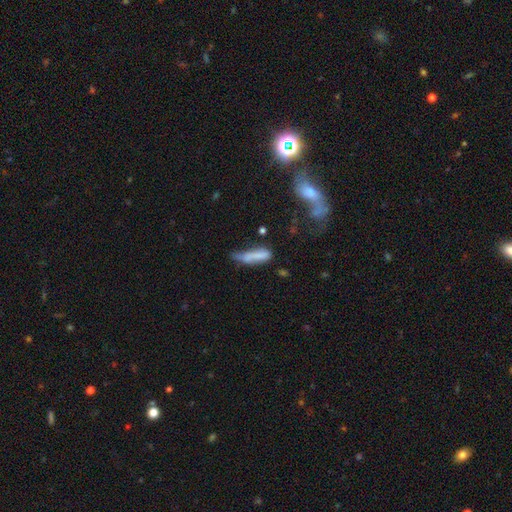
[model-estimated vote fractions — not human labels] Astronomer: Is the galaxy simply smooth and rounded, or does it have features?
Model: smooth — 69%.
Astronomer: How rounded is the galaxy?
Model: cigar-shaped — 69%.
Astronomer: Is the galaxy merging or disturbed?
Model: none — 31% (runner-up: minor disturbance, 30%).